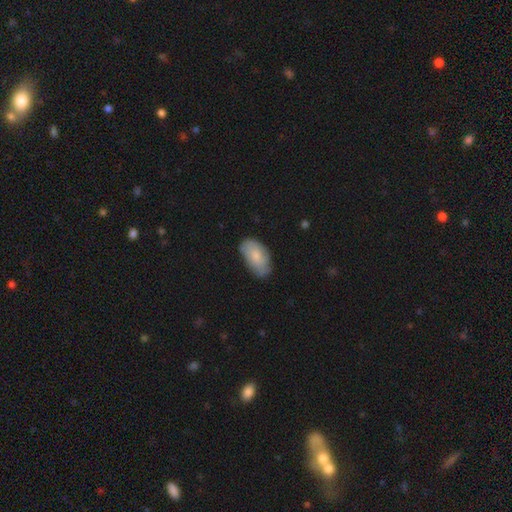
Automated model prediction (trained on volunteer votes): Smooth or featured? smooth (75%)
How rounded? in between (95%)
Merging? none (71%)